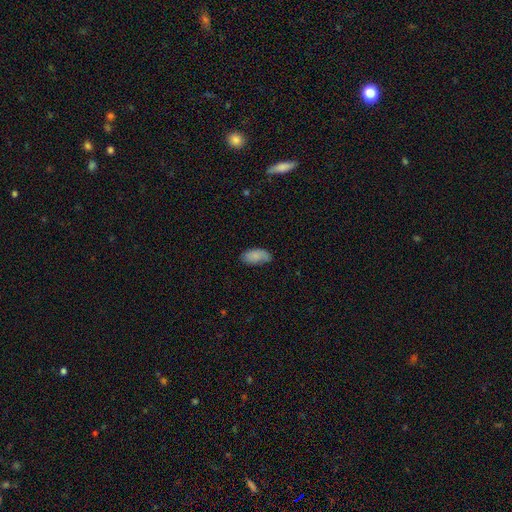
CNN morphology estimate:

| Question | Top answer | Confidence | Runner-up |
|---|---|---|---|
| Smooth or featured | smooth | 84% | featured or disk (9%) |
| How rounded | in between | 93% | cigar-shaped (5%) |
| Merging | none | 71% | minor disturbance (23%) |